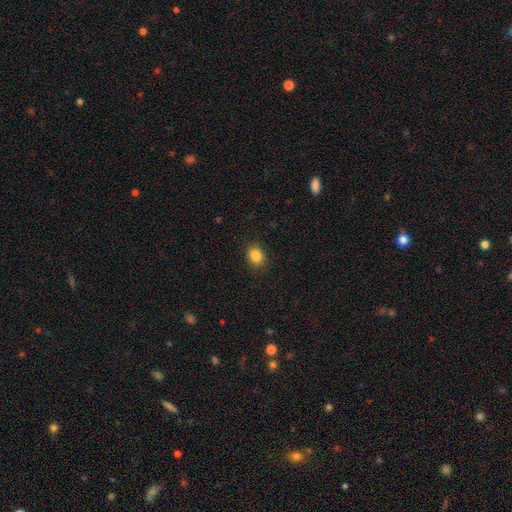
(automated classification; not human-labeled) This appears to be a smooth galaxy with no disk features (86%) that is in between round and cigar-shaped (56%). Merging: none (88%).